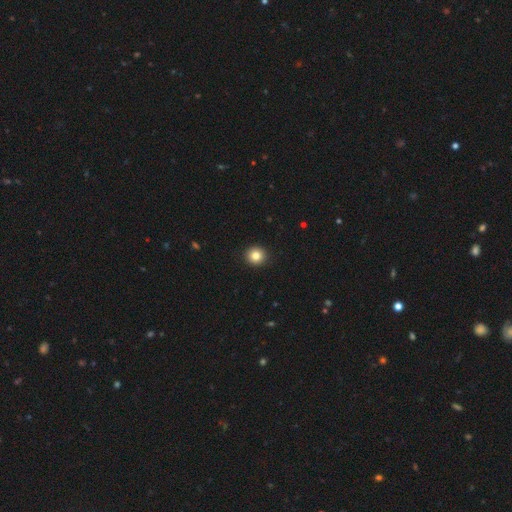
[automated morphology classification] smooth 83%, star or artifact 10%, featured or disk 6%. Down the decision tree: how rounded — round (94%); merging — none (93%).